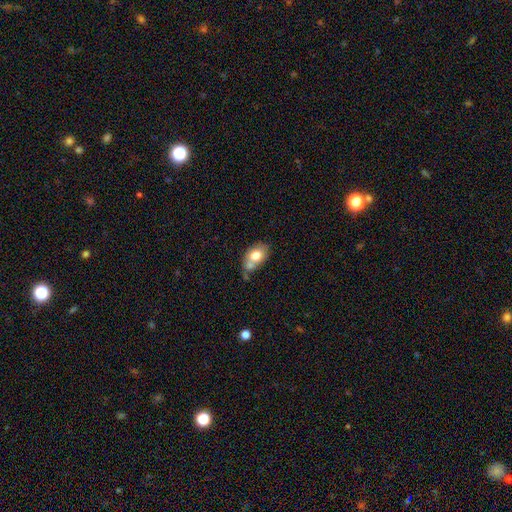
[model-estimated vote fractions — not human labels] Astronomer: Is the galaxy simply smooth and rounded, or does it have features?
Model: smooth — 72%.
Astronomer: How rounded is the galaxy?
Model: in between — 78%.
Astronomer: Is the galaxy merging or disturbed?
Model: none — 37% (runner-up: merger, 32%).